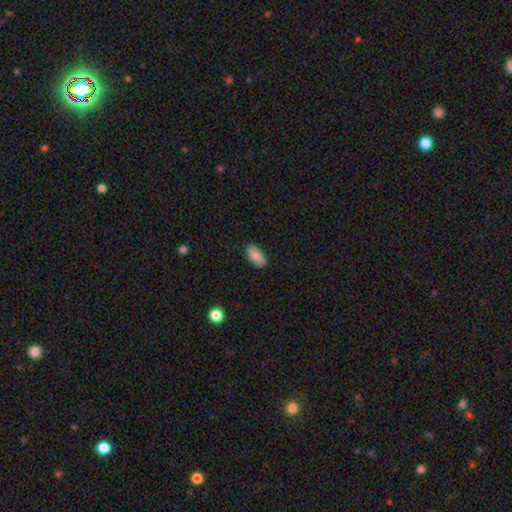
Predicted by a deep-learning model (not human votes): smooth 85%, featured or disk 8%, star or artifact 7%. Down the decision tree: how rounded — in between (93%); merging — none (83%).